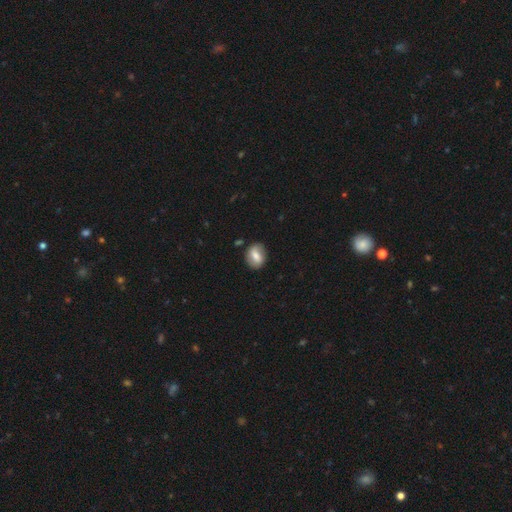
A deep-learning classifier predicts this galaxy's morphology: Overall: smooth (63%; featured or disk 30%). How rounded: in between (60%; round 38%). Merging: none (80%).